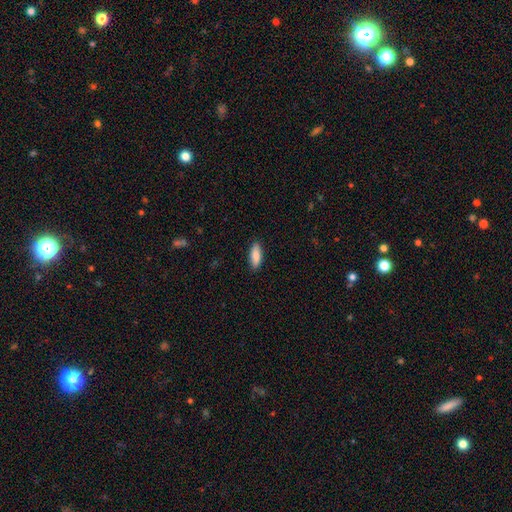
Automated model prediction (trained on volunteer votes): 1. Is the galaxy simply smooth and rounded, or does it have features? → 87% smooth, 8% featured or disk, 6% star or artifact.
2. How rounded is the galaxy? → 69% in between, 29% cigar-shaped, 2% round.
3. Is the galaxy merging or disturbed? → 89% none, 9% minor disturbance, 2% major disturbance, 1% merger.